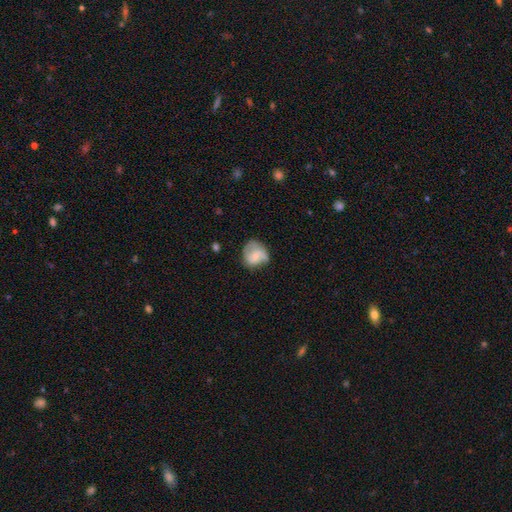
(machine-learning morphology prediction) Q: Smooth or featured?
A: smooth (49%); runner-up: featured or disk (43%)
Q: Merging?
A: none (49%); runner-up: minor disturbance (33%)